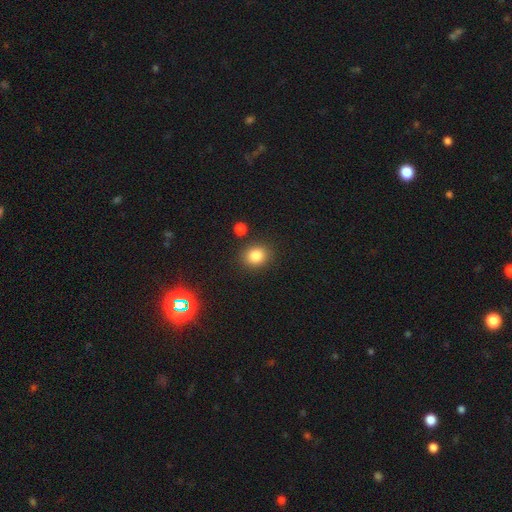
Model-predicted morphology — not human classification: type=smooth (83%); roundness=round (68%); merging=none (84%).